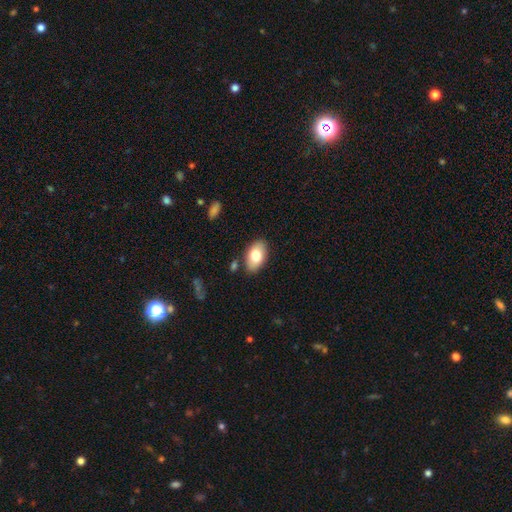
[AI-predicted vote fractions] This appears to be a smooth galaxy with no disk features (78%) that is in between round and cigar-shaped (93%). Merging: none (84%).